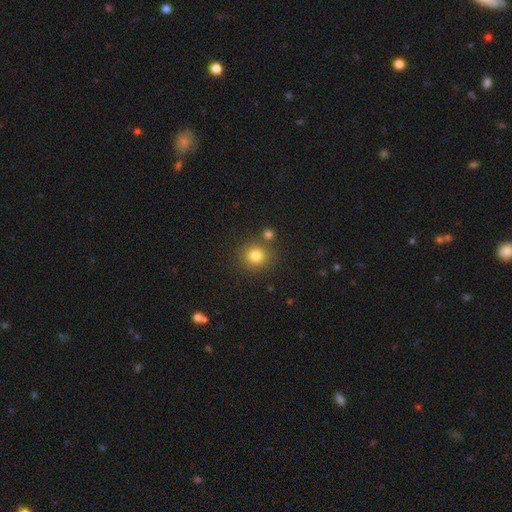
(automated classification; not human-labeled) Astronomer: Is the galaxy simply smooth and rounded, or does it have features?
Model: smooth — 81%.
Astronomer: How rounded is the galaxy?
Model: round — 90%.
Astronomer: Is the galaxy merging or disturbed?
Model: none — 79%.